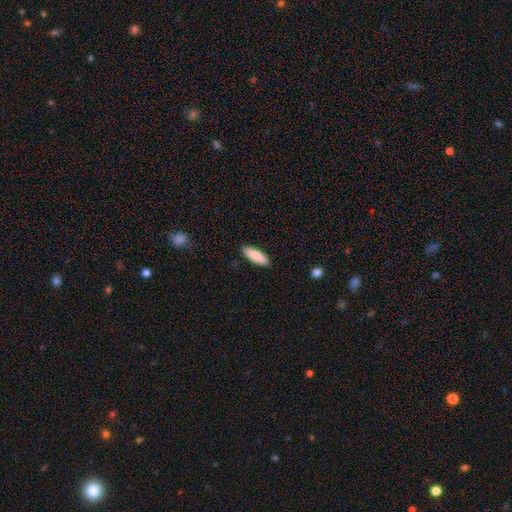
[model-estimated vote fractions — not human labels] Smooth or featured? Predicted: smooth (p=0.88). How rounded? Predicted: in between (p=0.52). Merging? Predicted: none (p=0.89).